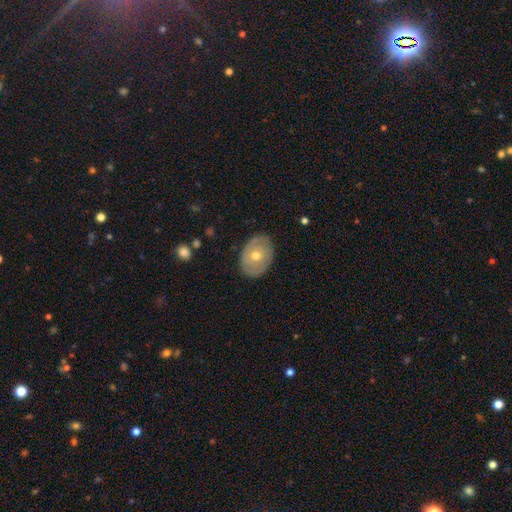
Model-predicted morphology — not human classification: This is possibly a featured or disk galaxy (54%). It is clearly not viewed edge-on (92%). Merging: clearly none (83%).